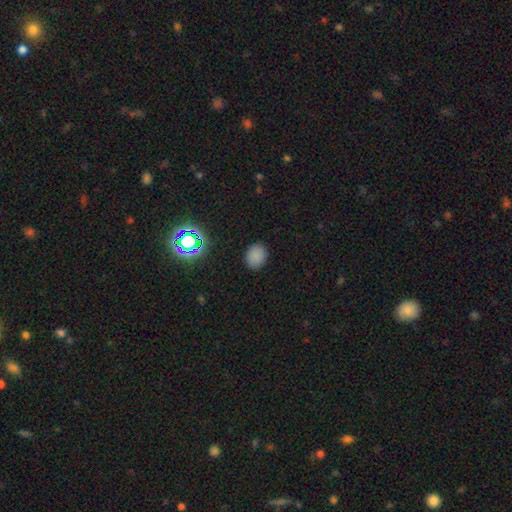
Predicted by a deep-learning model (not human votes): The model was most divided on "how rounded": in between: 53%, round: 46%, cigar-shaped: 1%. More confident: merging — none (87%); smooth or featured — smooth (80%).